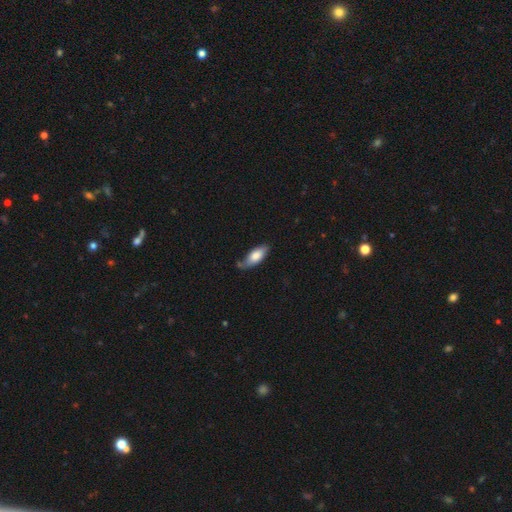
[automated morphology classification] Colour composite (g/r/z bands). It shows a smooth galaxy with no disk features (74%) that is in between round and cigar-shaped (78%). Merging: none (62%).